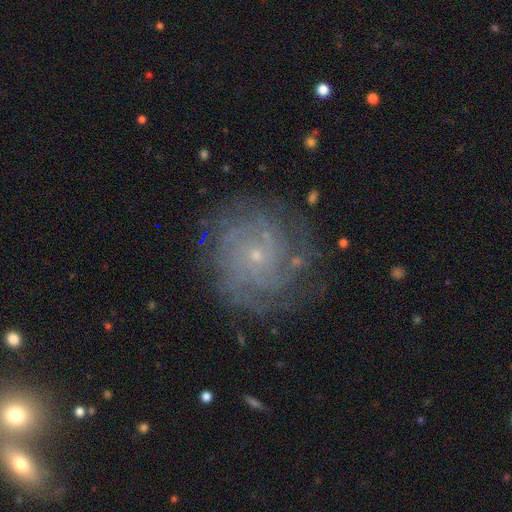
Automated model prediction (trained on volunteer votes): Q: Smooth or featured?
A: featured or disk (78%); runner-up: smooth (12%)
Q: Edge-on disk?
A: no (97%); runner-up: yes (3%)
Q: Bar?
A: no (82%); runner-up: weak (15%)
Q: Spiral arms?
A: yes (93%); runner-up: no (7%)
Q: Spiral winding?
A: tight (73%); runner-up: medium (21%)
Q: Spiral arm count?
A: can't tell (38%); runner-up: 4 (18%)
Q: Bulge size?
A: small (86%); runner-up: moderate (9%)
Q: Merging?
A: none (77%); runner-up: minor disturbance (15%)